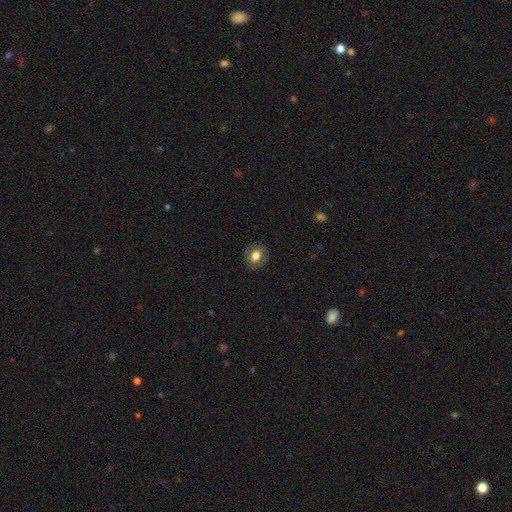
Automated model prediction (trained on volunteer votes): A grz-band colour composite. It shows a smooth galaxy with no disk features (72%) that is round (51%). Merging: none (85%).